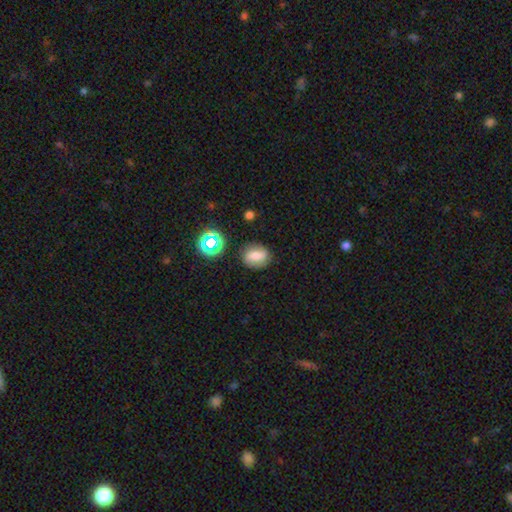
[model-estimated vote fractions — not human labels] Smooth or featured?
  - smooth: 59% *
  - featured or disk: 26%
  - star or artifact: 14%
How rounded?
  - round: 51% *
  - in between: 47%
  - cigar-shaped: 2%
Merging?
  - none: 80% *
  - minor disturbance: 14%
  - major disturbance: 4%
  - merger: 3%